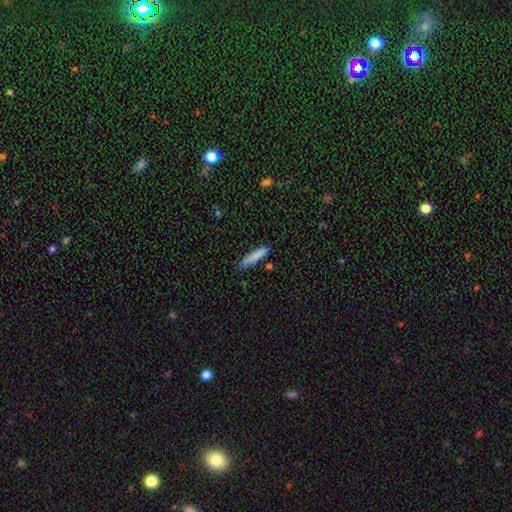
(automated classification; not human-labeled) smooth-or-featured: smooth: 82% | featured or disk: 10% | star or artifact: 7%
  how-rounded: cigar-shaped: 83% | in between: 16% | round: 1%
  merging: none: 76% | minor disturbance: 17% | major disturbance: 3% | merger: 3%